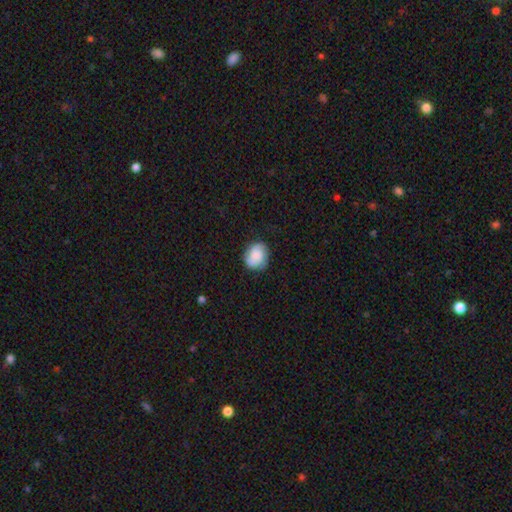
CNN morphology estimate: The model was most divided on "how rounded": round: 52%, in between: 47%, cigar-shaped: 1%. More confident: merging — none (77%); smooth or featured — smooth (60%).